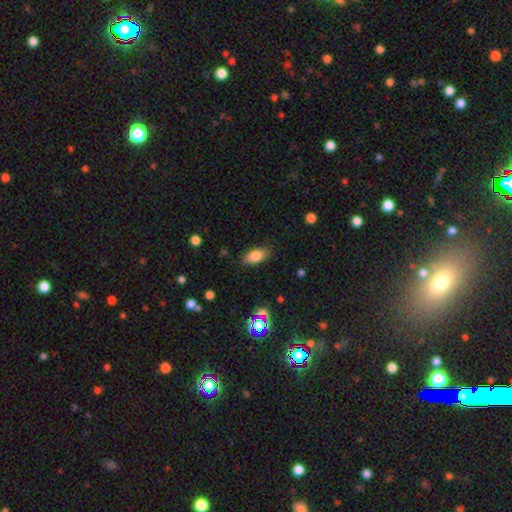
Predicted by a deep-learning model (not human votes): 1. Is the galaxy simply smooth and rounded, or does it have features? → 81% smooth, 10% featured or disk, 9% star or artifact.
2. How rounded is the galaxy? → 88% in between, 8% cigar-shaped, 5% round.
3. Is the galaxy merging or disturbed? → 86% none, 10% minor disturbance, 3% major disturbance, 1% merger.